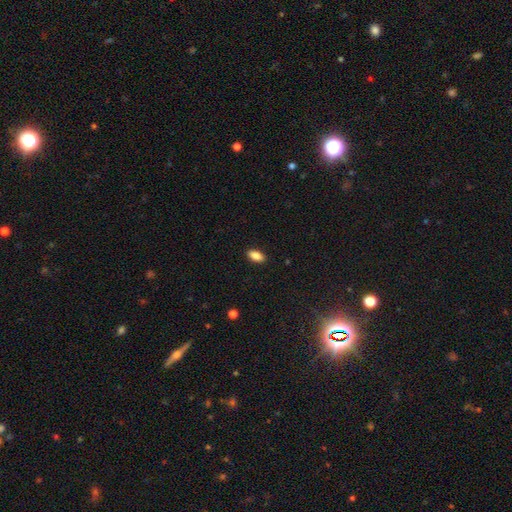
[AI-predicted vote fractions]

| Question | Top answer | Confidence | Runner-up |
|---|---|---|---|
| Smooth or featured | smooth | 86% | star or artifact (8%) |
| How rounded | in between | 89% | cigar-shaped (8%) |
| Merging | none | 89% | minor disturbance (8%) |